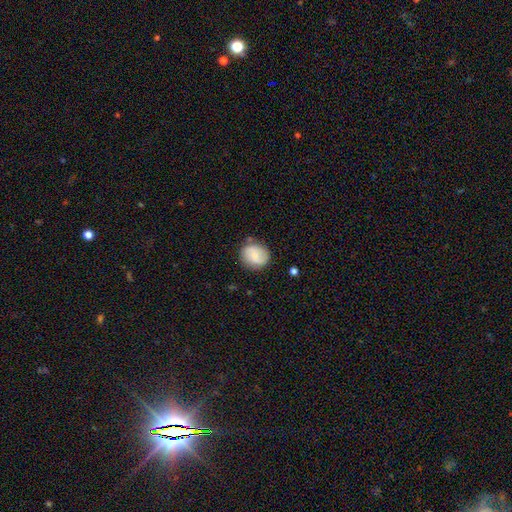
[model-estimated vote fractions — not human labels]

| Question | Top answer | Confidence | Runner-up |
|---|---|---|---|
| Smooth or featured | smooth | 63% | featured or disk (29%) |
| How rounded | round | 78% | in between (21%) |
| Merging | none | 75% | minor disturbance (17%) |